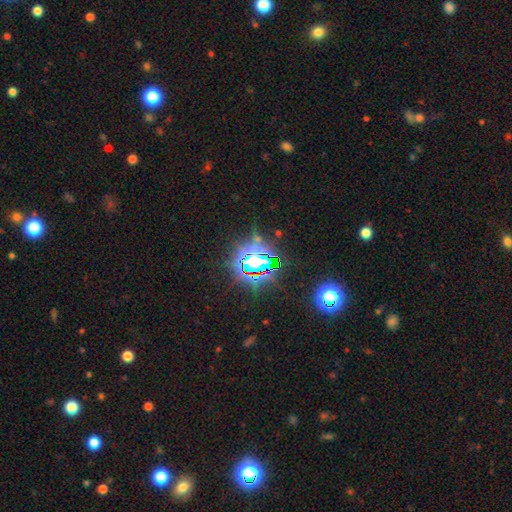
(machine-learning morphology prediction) smooth_or_featured: star or artifact (p=0.79) [alt: smooth p=0.13]